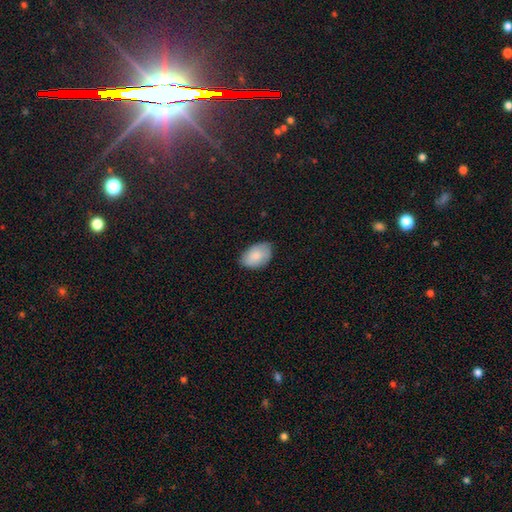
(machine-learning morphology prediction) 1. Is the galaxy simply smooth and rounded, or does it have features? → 84% smooth, 9% featured or disk, 6% star or artifact.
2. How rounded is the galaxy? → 90% in between, 9% round, 1% cigar-shaped.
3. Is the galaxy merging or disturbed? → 77% none, 19% minor disturbance, 3% major disturbance, 1% merger.